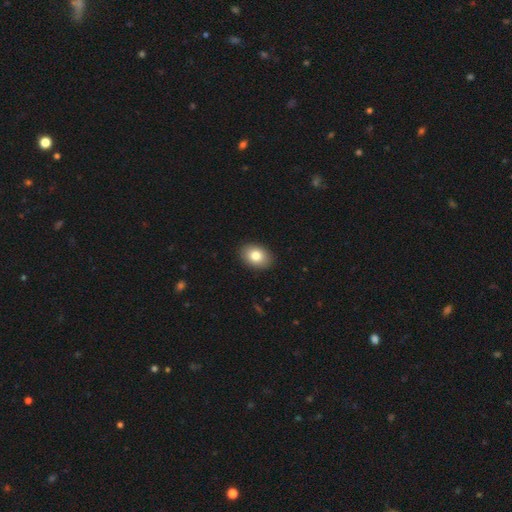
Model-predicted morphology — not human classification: This is clearly a smooth galaxy (82%). How rounded: likely in between (77%). Merging: clearly none (90%).